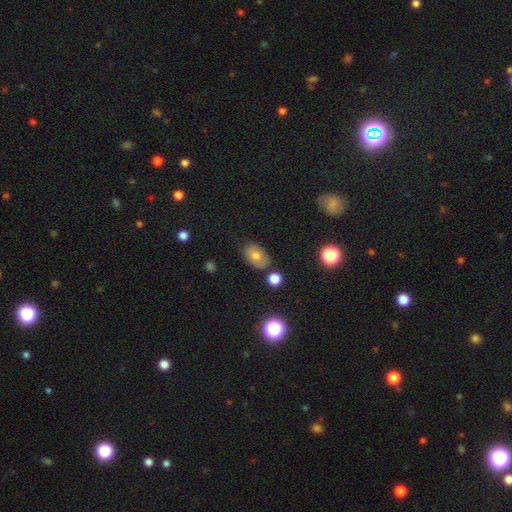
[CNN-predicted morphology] smooth_or_featured: smooth (p=0.74) [alt: featured or disk p=0.15]
how_rounded: in between (p=0.82) [alt: round p=0.17]
merging: none (p=0.74) [alt: minor disturbance p=0.16]